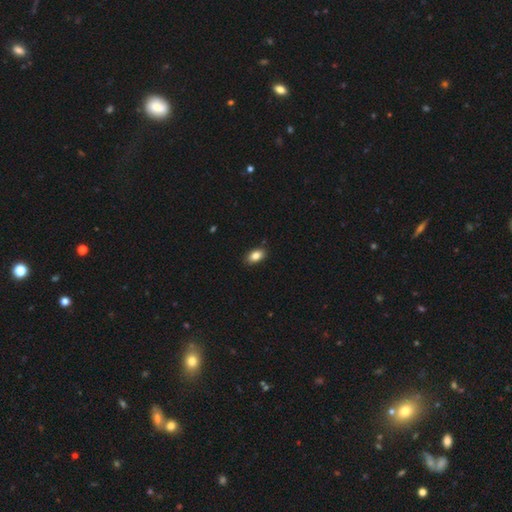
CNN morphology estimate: This is clearly a smooth galaxy (85%). How rounded: clearly in between (90%). Merging: clearly none (87%).